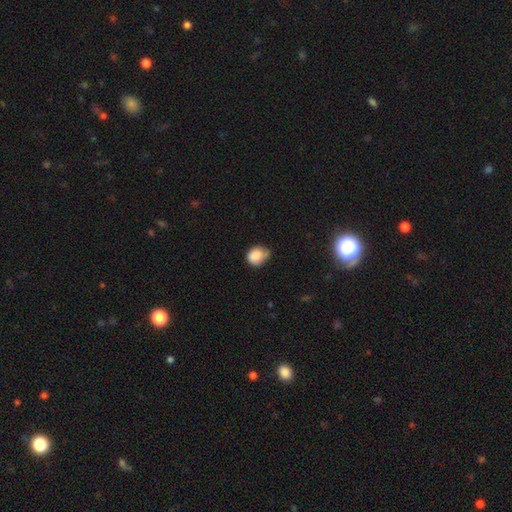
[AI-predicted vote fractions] A smooth galaxy with no disk features (85%) that is round (53%). Merging: minor disturbance (47%).